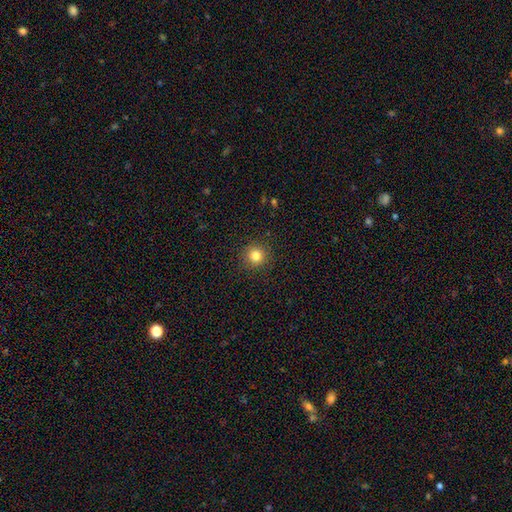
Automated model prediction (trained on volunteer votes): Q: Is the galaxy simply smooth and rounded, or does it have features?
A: smooth — 82%.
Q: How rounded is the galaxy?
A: round — 94%.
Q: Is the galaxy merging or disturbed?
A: none — 91%.